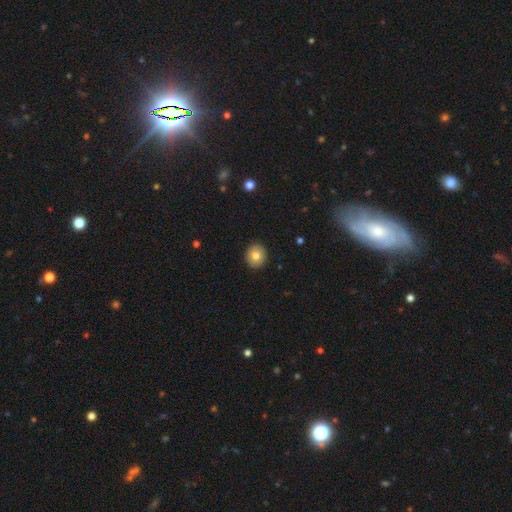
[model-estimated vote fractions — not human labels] A smooth galaxy with no disk features (80%) that is round (86%). Merging: none (92%).